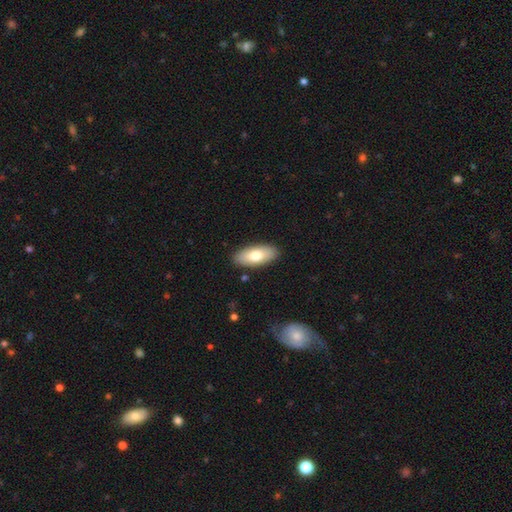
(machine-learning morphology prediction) This is likely a smooth galaxy (75%). How rounded: clearly in between (86%). Merging: clearly none (89%).